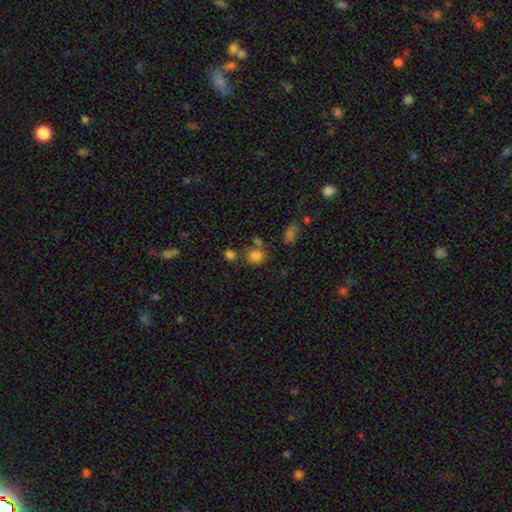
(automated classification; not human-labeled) Smooth or featured? Predicted: smooth (p=0.80). How rounded? Predicted: round (p=0.71). Merging? Predicted: none (p=0.59).